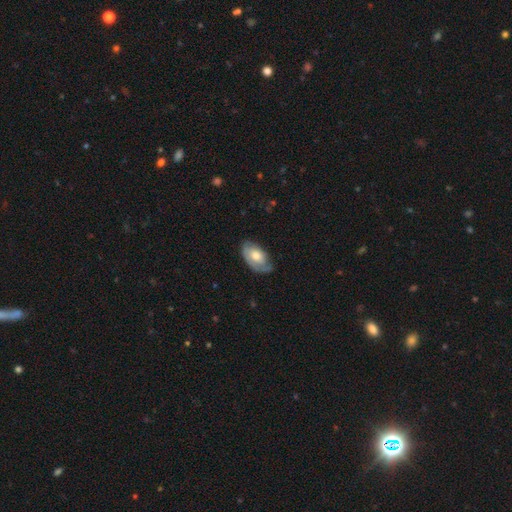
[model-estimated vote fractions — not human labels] Smooth or featured? Predicted: smooth (p=0.48). Merging? Predicted: none (p=0.59).